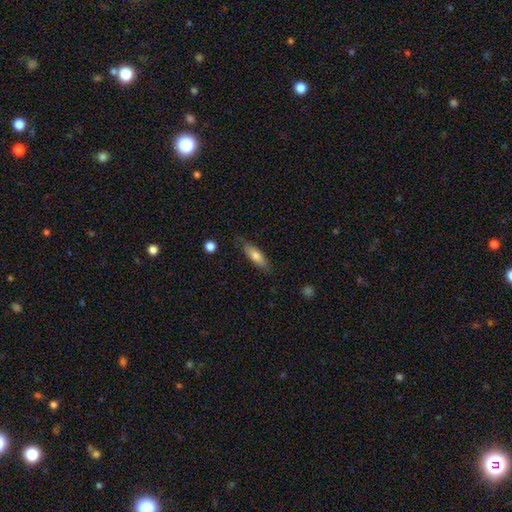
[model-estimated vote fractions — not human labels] Q: Smooth or featured?
A: smooth (71%); runner-up: featured or disk (23%)
Q: How rounded?
A: in between (56%); runner-up: cigar-shaped (41%)
Q: Merging?
A: none (72%); runner-up: minor disturbance (21%)